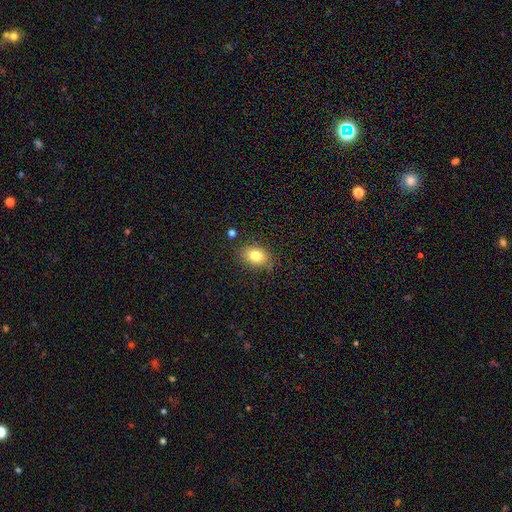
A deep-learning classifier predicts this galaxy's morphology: Smooth or featured: smooth — 80% (star or artifact — 10%)
How rounded: in between — 70% (round — 29%)
Merging: none — 80% (minor disturbance — 14%)